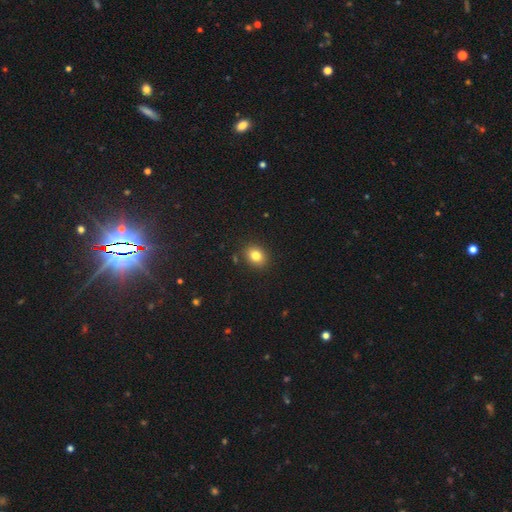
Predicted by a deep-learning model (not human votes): smooth-or-featured: smooth: 81% | star or artifact: 11% | featured or disk: 7%
  how-rounded: round: 54% | in between: 45% | cigar-shaped: 1%
  merging: none: 88% | minor disturbance: 8% | major disturbance: 2% | merger: 2%